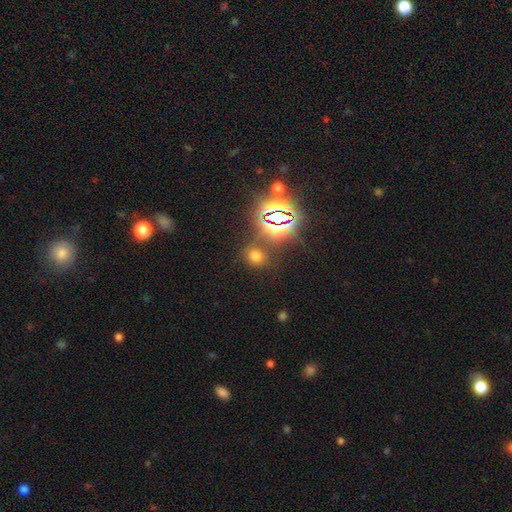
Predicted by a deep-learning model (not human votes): smooth 56%, star or artifact 37%, featured or disk 7%. Down the decision tree: how rounded — round (69%); merging — none (77%).